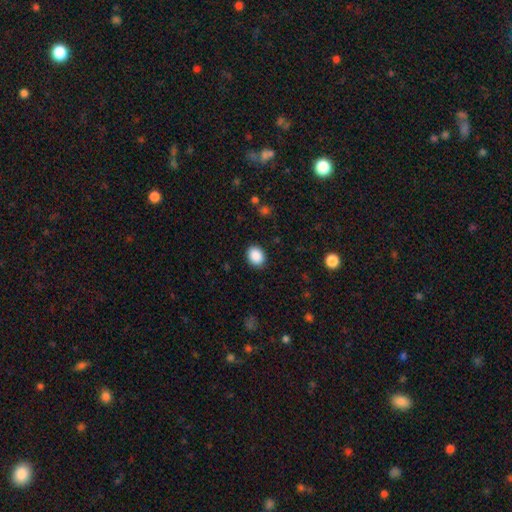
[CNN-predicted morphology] Smooth or featured: smooth — 89% (star or artifact — 8%)
How rounded: in between — 53% (round — 46%)
Merging: none — 90% (minor disturbance — 7%)